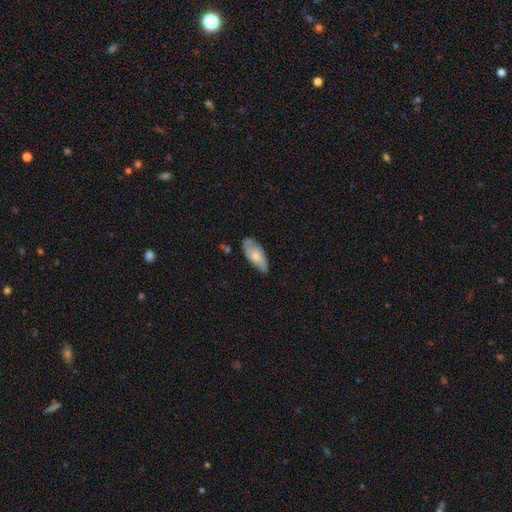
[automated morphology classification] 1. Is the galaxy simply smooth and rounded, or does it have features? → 69% smooth, 26% featured or disk, 6% star or artifact.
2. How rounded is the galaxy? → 86% in between, 12% cigar-shaped, 2% round.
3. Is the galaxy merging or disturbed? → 67% none, 26% minor disturbance, 5% major disturbance, 2% merger.